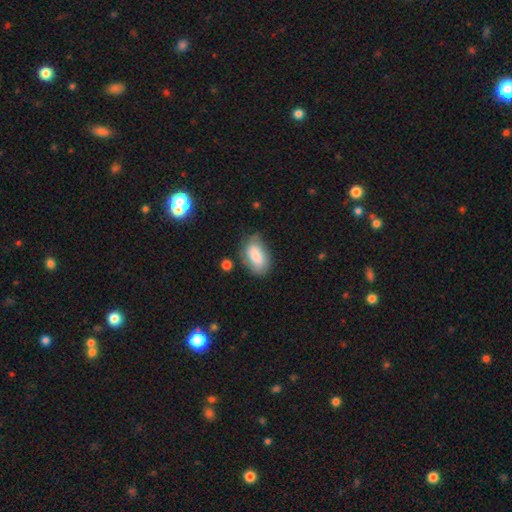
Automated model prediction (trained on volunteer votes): Smooth or featured: smooth — 82% (featured or disk — 11%)
How rounded: in between — 92% (round — 5%)
Merging: none — 70% (minor disturbance — 21%)